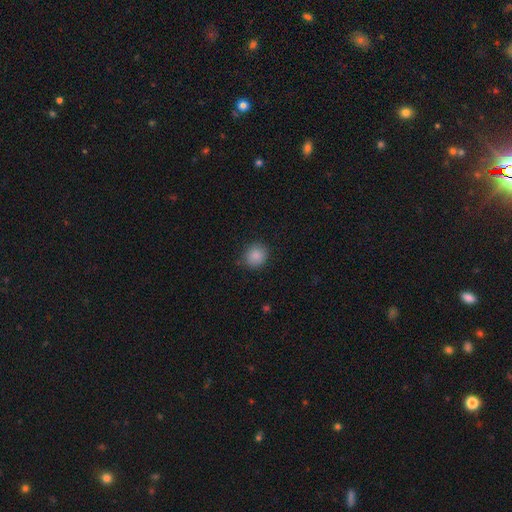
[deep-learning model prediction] Overall: smooth (86%). How rounded: round (85%). Merging: none (85%).